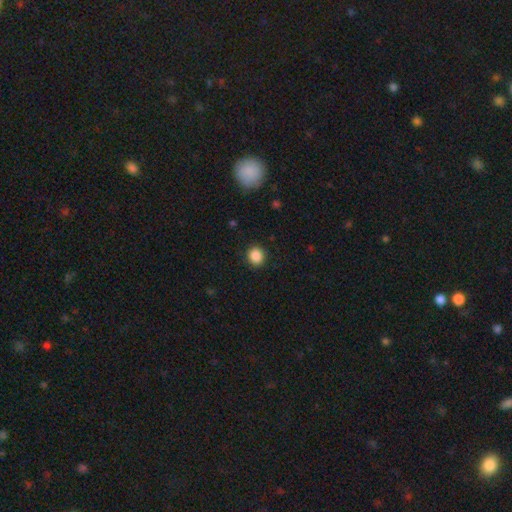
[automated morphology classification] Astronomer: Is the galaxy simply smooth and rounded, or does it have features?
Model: smooth — 87%.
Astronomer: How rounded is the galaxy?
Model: round — 84%.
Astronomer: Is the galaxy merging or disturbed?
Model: none — 90%.